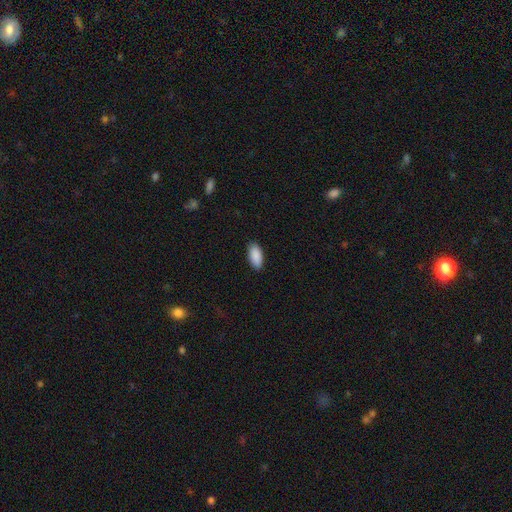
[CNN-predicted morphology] Smooth or featured: smooth — 91% (star or artifact — 6%)
How rounded: in between — 91% (cigar-shaped — 7%)
Merging: none — 89% (minor disturbance — 8%)